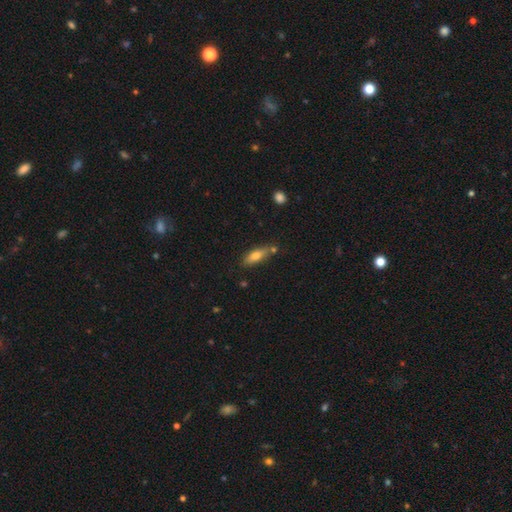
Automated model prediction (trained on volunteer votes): This is likely a smooth galaxy (72%). How rounded: possibly in between (55%). Merging: likely none (69%).